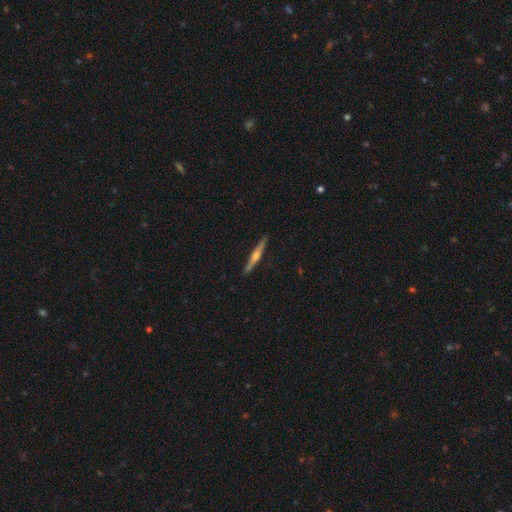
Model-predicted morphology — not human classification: This appears to be a featured or disk galaxy (77%) viewed edge-on (98%) with a rounded central bulge (90%). Merging: none (92%).